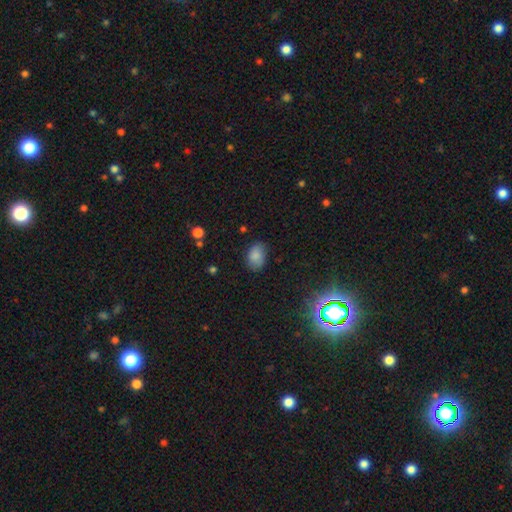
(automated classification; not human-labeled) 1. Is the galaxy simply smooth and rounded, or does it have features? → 82% smooth, 10% star or artifact, 7% featured or disk.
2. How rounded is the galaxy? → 79% in between, 20% round, 1% cigar-shaped.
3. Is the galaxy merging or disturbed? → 76% none, 18% minor disturbance, 4% major disturbance, 1% merger.